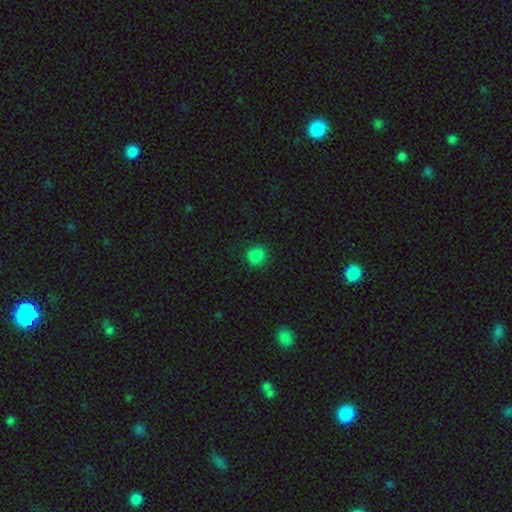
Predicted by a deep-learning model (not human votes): This appears to be a smooth galaxy with no disk features (84%) that is round (80%). Merging: none (86%).